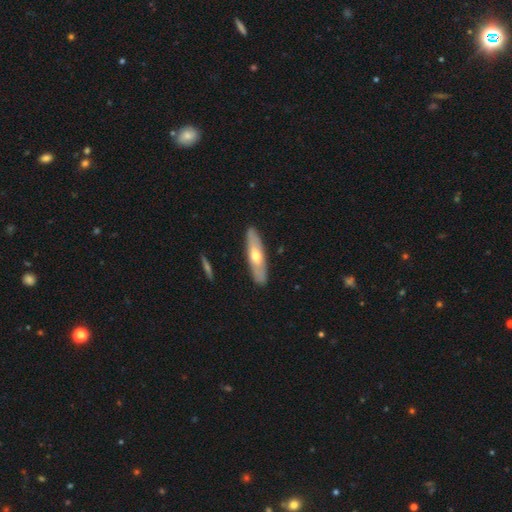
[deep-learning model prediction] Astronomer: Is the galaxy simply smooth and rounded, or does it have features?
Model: featured or disk — 50% (runner-up: smooth, 44%).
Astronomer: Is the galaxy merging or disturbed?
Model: none — 88%.